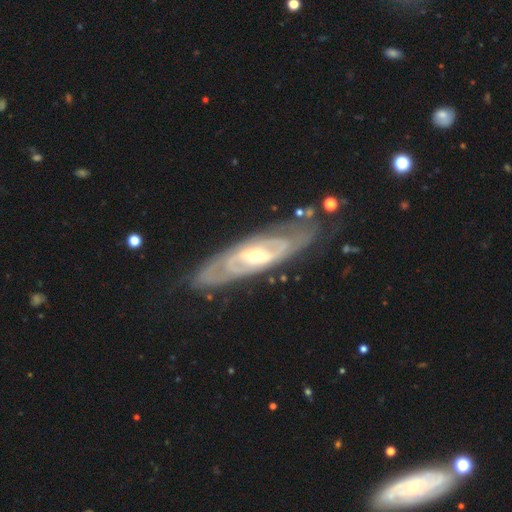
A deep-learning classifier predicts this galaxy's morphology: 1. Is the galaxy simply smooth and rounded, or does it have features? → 86% featured or disk, 9% smooth, 5% star or artifact.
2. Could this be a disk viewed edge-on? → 82% no, 18% yes.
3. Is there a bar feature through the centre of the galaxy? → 40% no (tied), 40% weak (tied), 20% strong.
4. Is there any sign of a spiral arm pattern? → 88% yes, 12% no.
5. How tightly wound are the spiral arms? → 62% tight, 30% medium, 8% loose.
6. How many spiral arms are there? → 42% 2, 40% can't tell, 7% 3, 4% 4, 3% 1, 3% more than 4.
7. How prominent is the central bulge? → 48% small, 46% moderate, 4% large, 1% none, 1% dominant.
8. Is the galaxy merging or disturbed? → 77% none, 15% minor disturbance, 6% major disturbance, 2% merger.